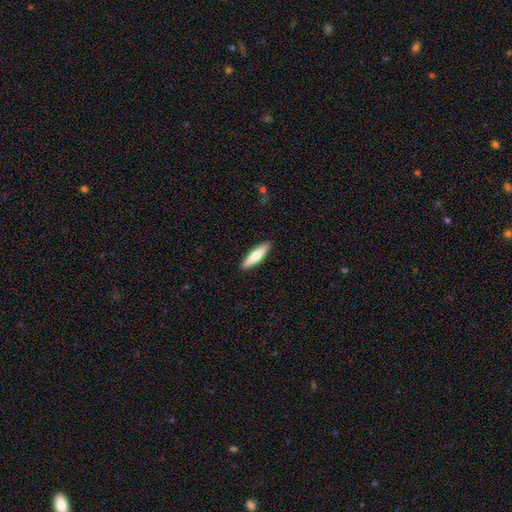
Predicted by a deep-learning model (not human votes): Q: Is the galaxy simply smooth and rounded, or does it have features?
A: smooth — 64%.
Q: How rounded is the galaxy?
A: cigar-shaped — 78%.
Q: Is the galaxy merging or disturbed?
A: none — 91%.